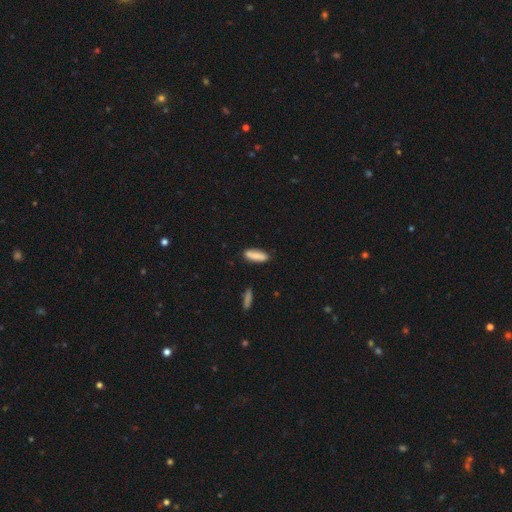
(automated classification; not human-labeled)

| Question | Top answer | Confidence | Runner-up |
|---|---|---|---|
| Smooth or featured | smooth | 85% | featured or disk (9%) |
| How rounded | cigar-shaped | 54% | in between (44%) |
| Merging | none | 82% | minor disturbance (13%) |